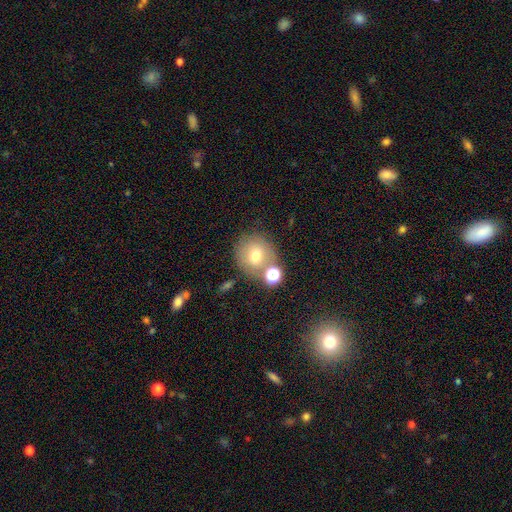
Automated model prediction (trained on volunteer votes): A smooth galaxy with no disk features (69%) that is round (88%).

Vote fractions:
- Smooth or featured? smooth: 69% / featured or disk: 17% / star or artifact: 13%
- How rounded? round: 88% / in between: 11% / cigar-shaped: 1%
- Merging? none: 66% / merger: 17% / minor disturbance: 12% / major disturbance: 5%